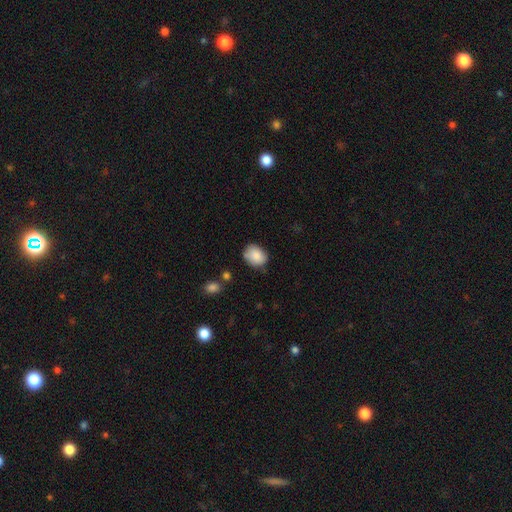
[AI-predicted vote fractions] Overall: smooth (87%). How rounded: in between (54%; round 45%). Merging: none (74%).